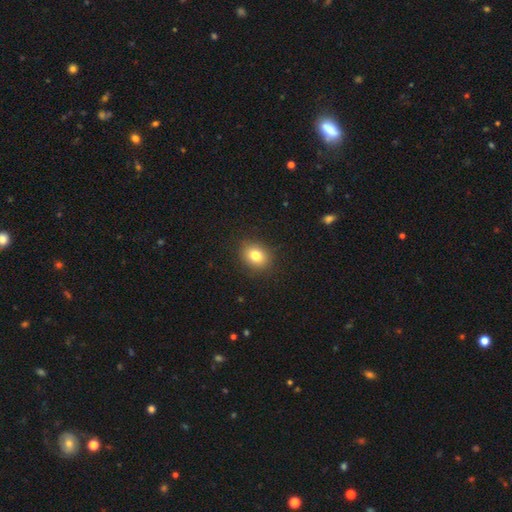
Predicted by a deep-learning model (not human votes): smooth-or-featured: smooth: 81% | star or artifact: 11% | featured or disk: 8%
  how-rounded: round: 55% | in between: 44% | cigar-shaped: 1%
  merging: none: 88% | minor disturbance: 8% | major disturbance: 2% | merger: 1%